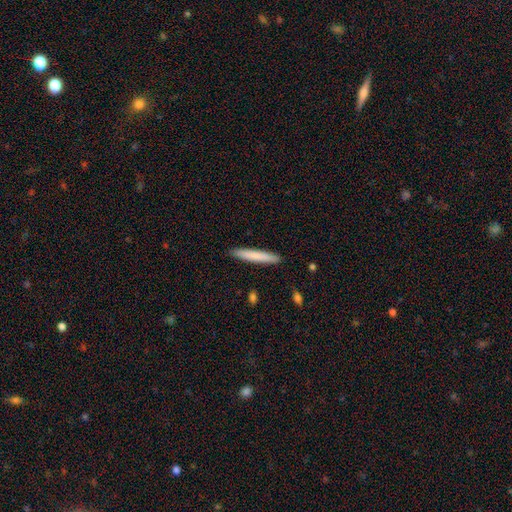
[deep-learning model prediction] smooth 79%, featured or disk 16%, star or artifact 6%. Down the decision tree: how rounded — cigar-shaped (95%); merging — none (91%).